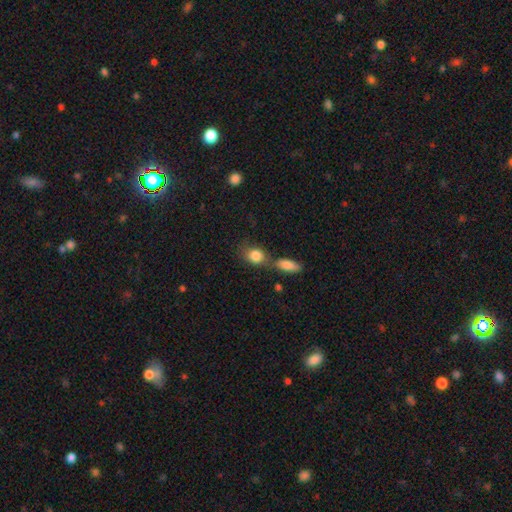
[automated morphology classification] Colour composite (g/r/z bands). It shows a smooth galaxy with no disk features (84%) that is in between round and cigar-shaped (52%). Merging: none (45%).